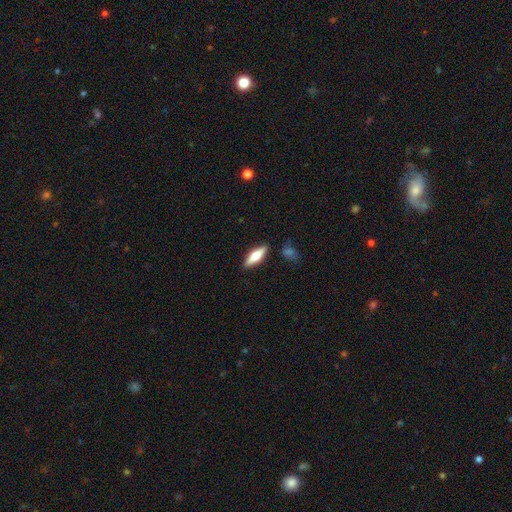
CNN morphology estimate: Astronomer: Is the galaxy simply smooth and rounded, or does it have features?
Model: smooth — 54% (runner-up: featured or disk, 40%).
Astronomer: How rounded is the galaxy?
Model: cigar-shaped — 55% (runner-up: in between, 43%).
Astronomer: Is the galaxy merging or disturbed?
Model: none — 83%.